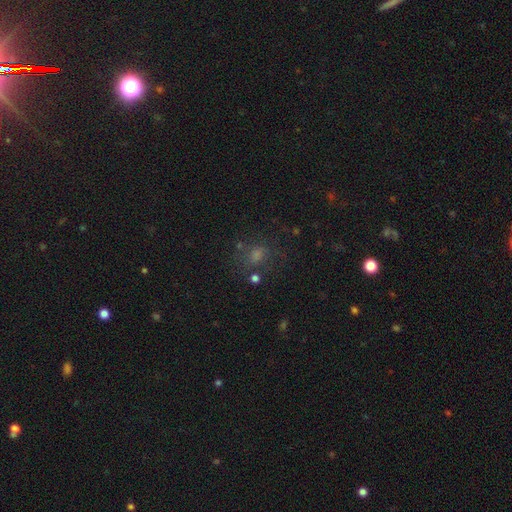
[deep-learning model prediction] Q: Smooth or featured?
A: star or artifact (47%); runner-up: smooth (38%)